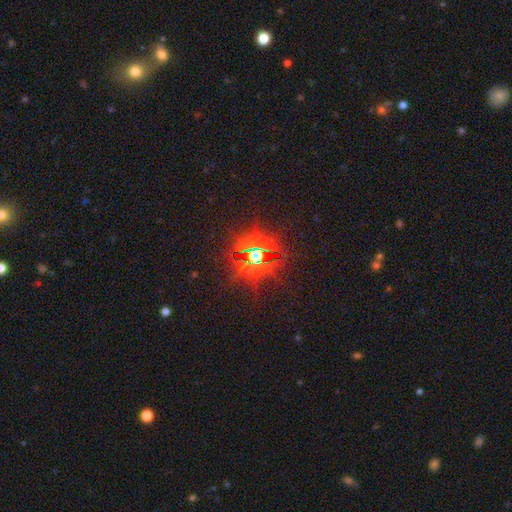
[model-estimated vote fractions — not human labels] Q: Smooth or featured?
A: star or artifact (79%); runner-up: smooth (12%)